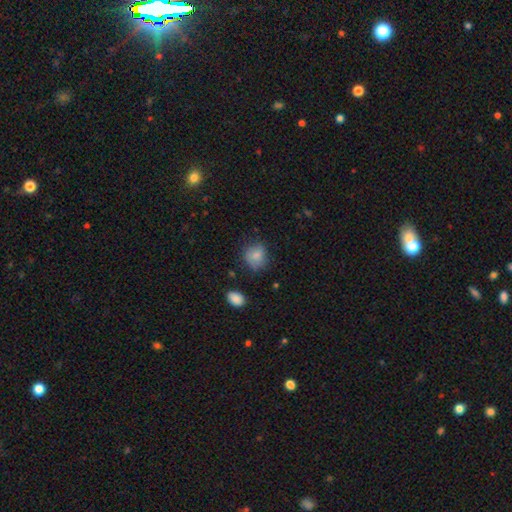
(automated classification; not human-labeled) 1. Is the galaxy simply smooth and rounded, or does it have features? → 79% smooth, 12% featured or disk, 9% star or artifact.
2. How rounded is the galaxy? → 68% round, 31% in between, 1% cigar-shaped.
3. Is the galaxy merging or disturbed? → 63% none, 26% minor disturbance, 9% major disturbance, 2% merger.